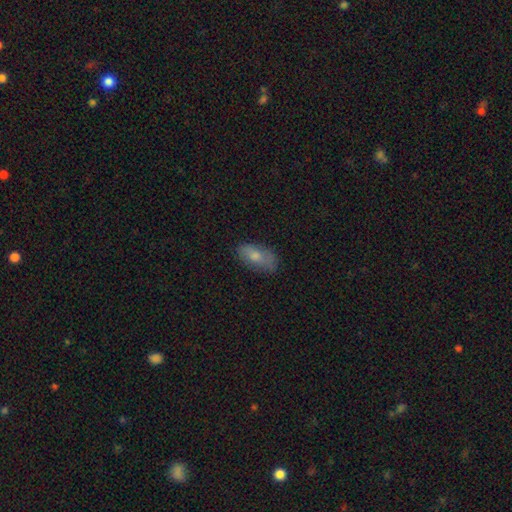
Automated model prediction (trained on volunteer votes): smooth-or-featured: smooth: 71% | featured or disk: 22% | star or artifact: 8%
  how-rounded: in between: 89% | cigar-shaped: 6% | round: 4%
  merging: none: 71% | minor disturbance: 22% | major disturbance: 6% | merger: 2%